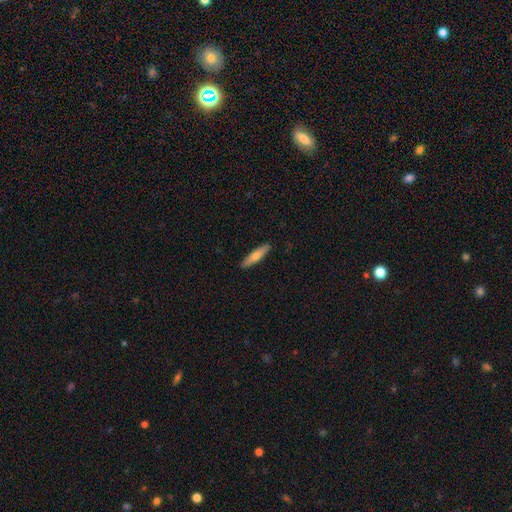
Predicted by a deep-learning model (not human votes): This appears to be a smooth galaxy with no disk features (65%) that is cigar-shaped (80%). Merging: none (90%).